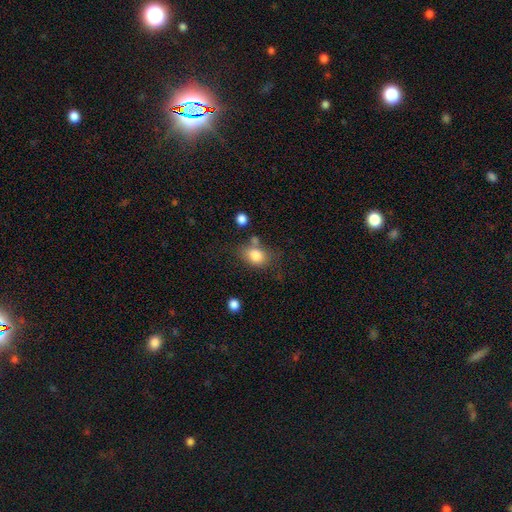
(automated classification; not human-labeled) The model was most divided on "how rounded": in between: 64%, round: 35%, cigar-shaped: 1%. More confident: smooth or featured — smooth (81%); merging — none (61%).